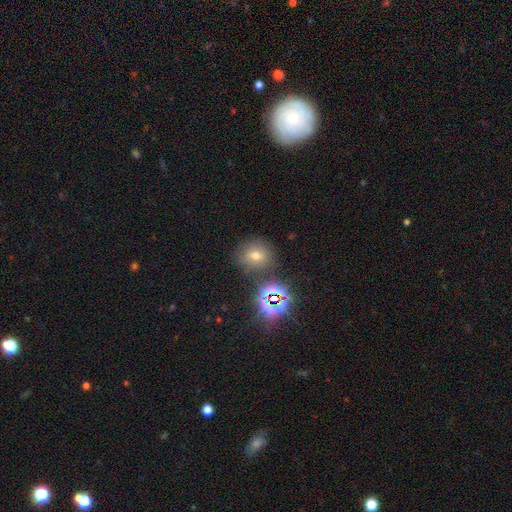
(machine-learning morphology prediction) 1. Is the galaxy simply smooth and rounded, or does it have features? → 55% smooth, 31% star or artifact, 14% featured or disk.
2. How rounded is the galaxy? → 76% round, 23% in between, 1% cigar-shaped.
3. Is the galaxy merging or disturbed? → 76% none, 12% minor disturbance, 8% merger, 5% major disturbance.